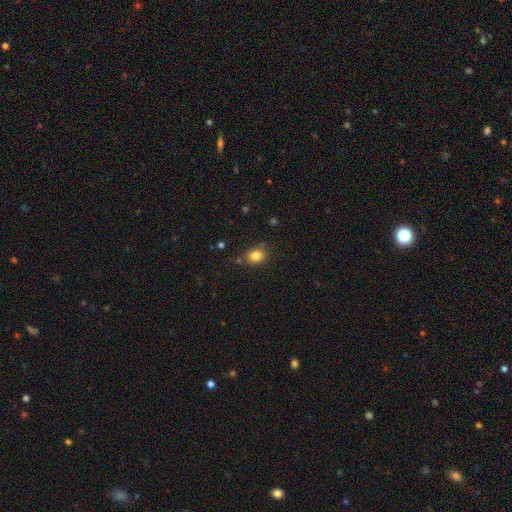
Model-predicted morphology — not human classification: Smooth or featured? Predicted: smooth (p=0.83). How rounded? Predicted: in between (p=0.53). Merging? Predicted: none (p=0.77).